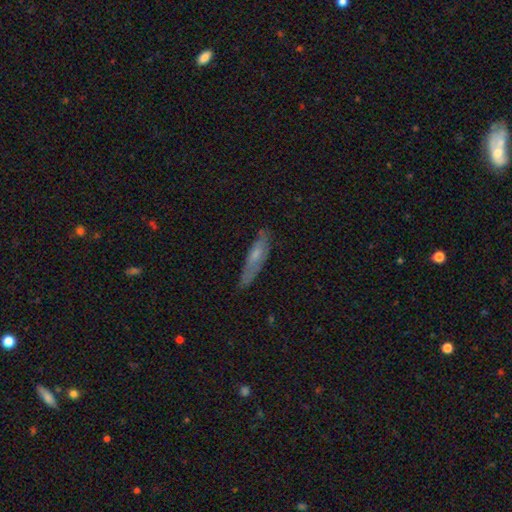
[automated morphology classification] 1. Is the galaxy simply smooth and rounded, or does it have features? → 52% smooth, 41% featured or disk, 7% star or artifact.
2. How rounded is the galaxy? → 75% cigar-shaped, 23% in between, 2% round.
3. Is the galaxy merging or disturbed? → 73% none, 21% minor disturbance, 5% major disturbance, 2% merger.